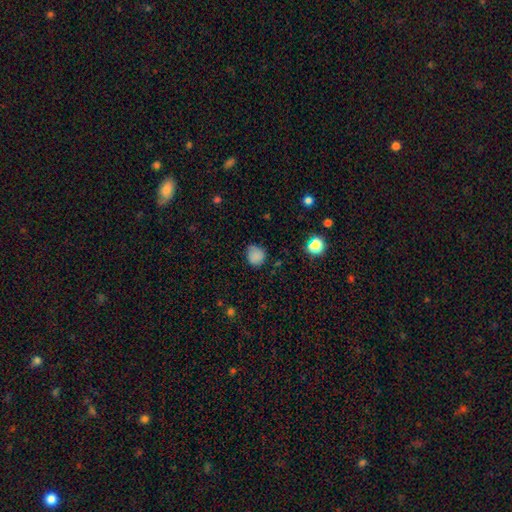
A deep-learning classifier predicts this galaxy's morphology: type=smooth (82%); roundness=round (82%); merging=none (71%).